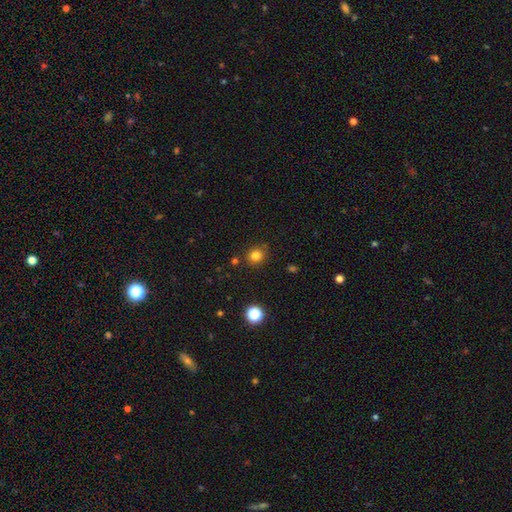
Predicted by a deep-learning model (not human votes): A smooth galaxy with no disk features (80%) that is round (84%).

Vote fractions:
- Smooth or featured? smooth: 80% / star or artifact: 14% / featured or disk: 6%
- How rounded? round: 84% / in between: 15% / cigar-shaped: 1%
- Merging? none: 84% / minor disturbance: 10% / merger: 3% / major disturbance: 3%